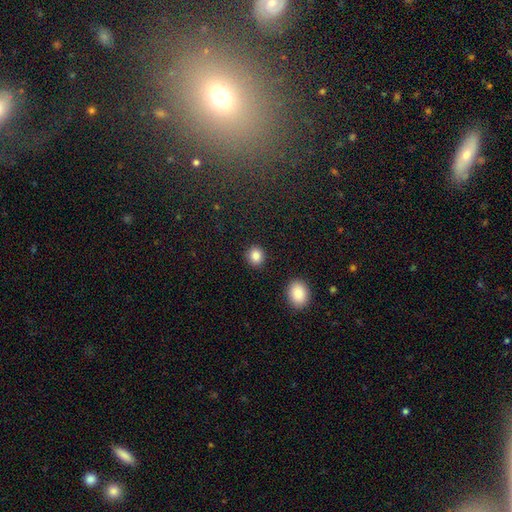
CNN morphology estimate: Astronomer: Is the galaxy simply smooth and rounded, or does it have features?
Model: smooth — 86%.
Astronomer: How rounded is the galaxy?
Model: round — 79%.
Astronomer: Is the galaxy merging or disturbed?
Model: none — 89%.